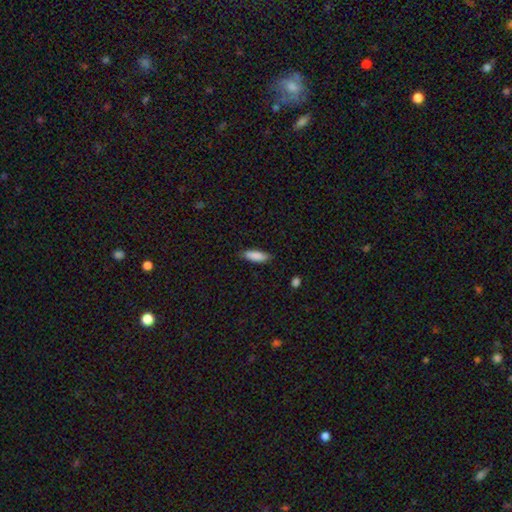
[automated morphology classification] Smooth or featured: smooth — 88% (featured or disk — 6%)
How rounded: in between — 51% (cigar-shaped — 47%)
Merging: none — 85% (minor disturbance — 12%)